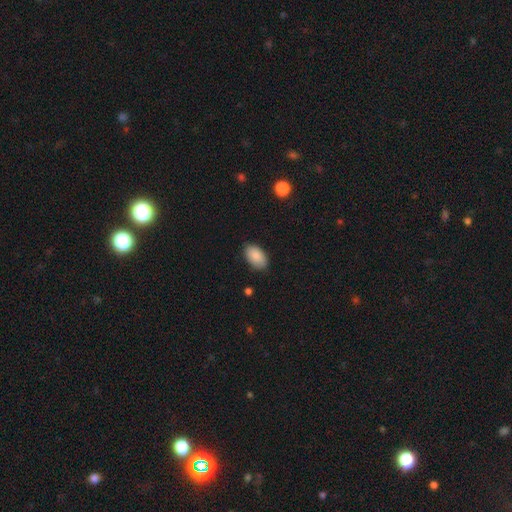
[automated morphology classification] Smooth or featured? smooth (89%)
How rounded? in between (94%)
Merging? none (85%)